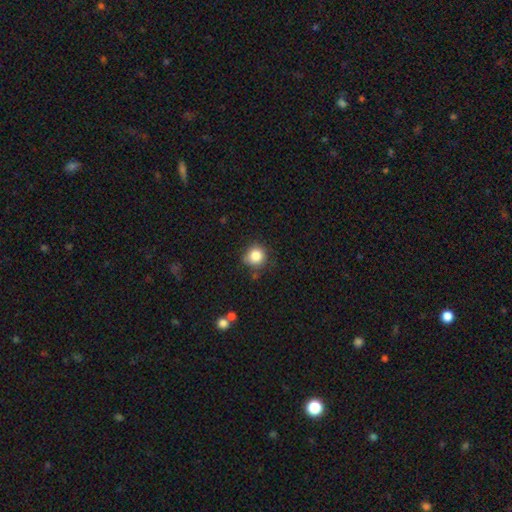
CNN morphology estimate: smooth_or_featured: smooth (p=0.84) [alt: star or artifact p=0.11]
how_rounded: round (p=0.90) [alt: in between p=0.10]
merging: none (p=0.75) [alt: minor disturbance p=0.17]